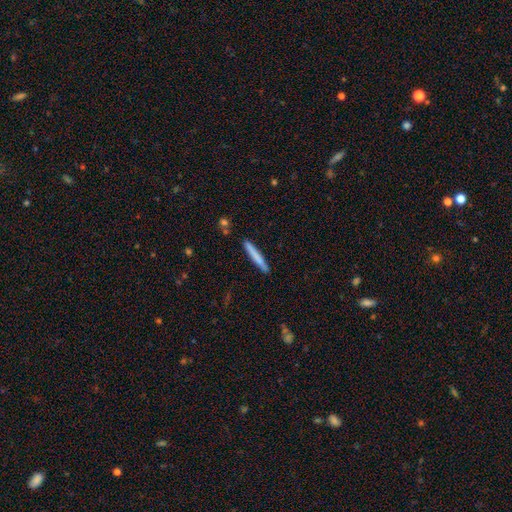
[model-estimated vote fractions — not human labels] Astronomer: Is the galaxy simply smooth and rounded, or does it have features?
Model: smooth — 72%.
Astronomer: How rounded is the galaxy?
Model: cigar-shaped — 96%.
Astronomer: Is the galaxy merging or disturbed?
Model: none — 88%.